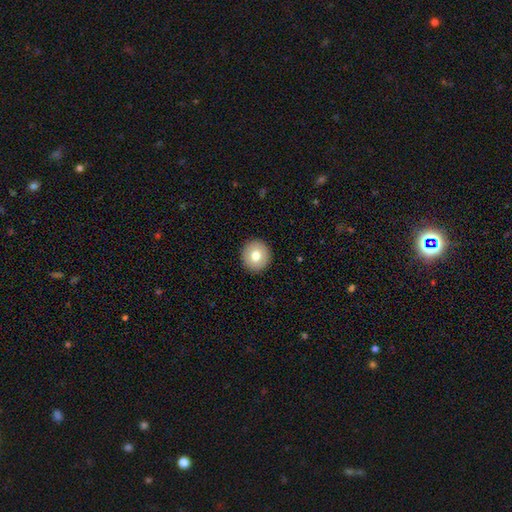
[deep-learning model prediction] Overall: smooth (77%). How rounded: round (94%). Merging: none (93%).